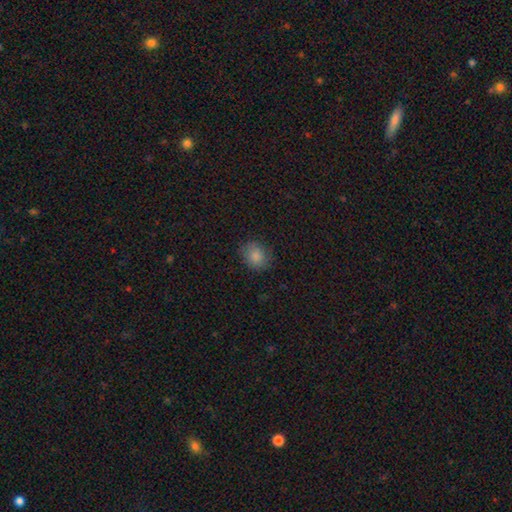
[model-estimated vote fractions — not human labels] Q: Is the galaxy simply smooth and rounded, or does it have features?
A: smooth — 85%.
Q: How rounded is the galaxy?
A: round — 57%.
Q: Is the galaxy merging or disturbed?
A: none — 81%.